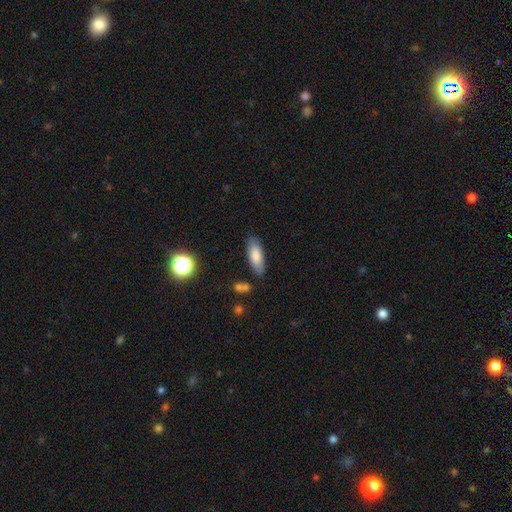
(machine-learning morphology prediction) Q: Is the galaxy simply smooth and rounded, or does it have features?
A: smooth — 81%.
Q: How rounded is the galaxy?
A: in between — 73%.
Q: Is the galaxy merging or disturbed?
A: none — 82%.